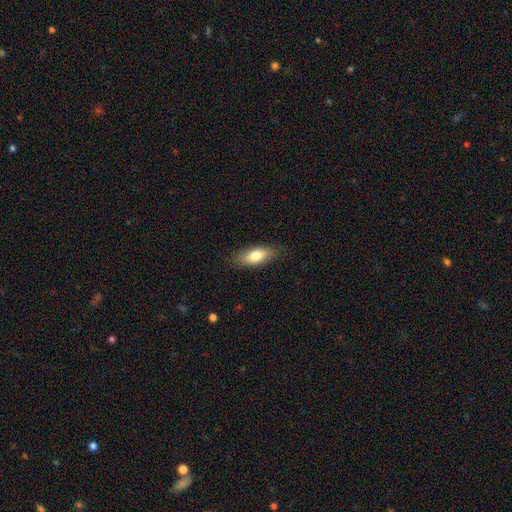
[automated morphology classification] type=smooth (76%); roundness=in between (75%); merging=none (85%).